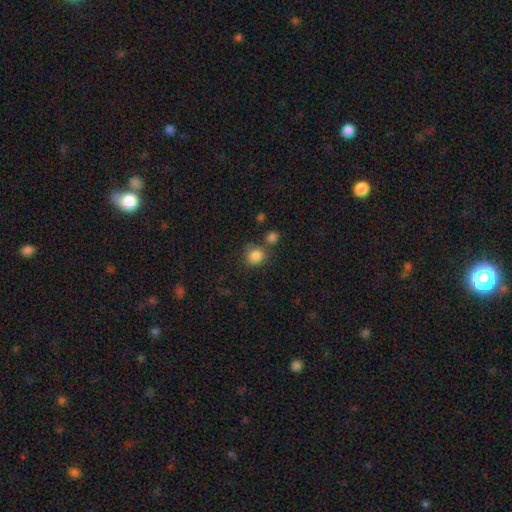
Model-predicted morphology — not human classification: Q: Smooth or featured?
A: smooth (85%); runner-up: star or artifact (11%)
Q: How rounded?
A: round (84%); runner-up: in between (15%)
Q: Merging?
A: none (69%); runner-up: merger (14%)